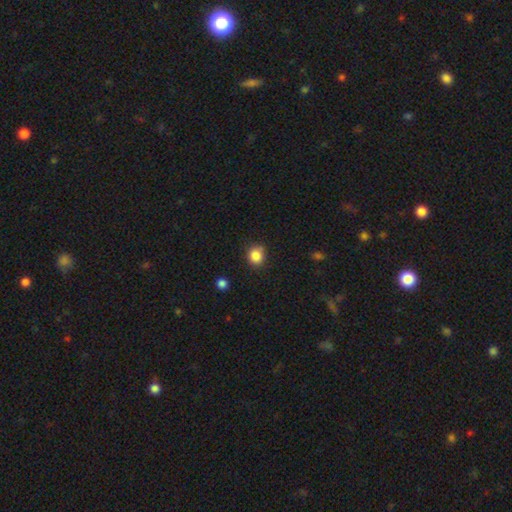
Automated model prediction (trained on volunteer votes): smooth 86%, star or artifact 10%, featured or disk 4%. Down the decision tree: how rounded — round (74%); merging — none (80%).